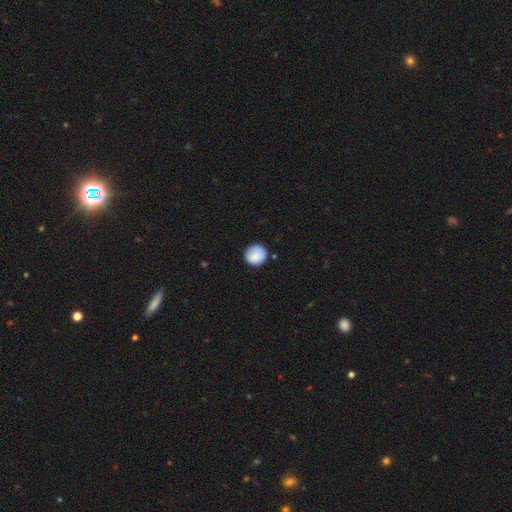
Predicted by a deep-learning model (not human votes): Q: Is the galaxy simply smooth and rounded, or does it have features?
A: smooth — 84%.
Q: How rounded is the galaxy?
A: round — 92%.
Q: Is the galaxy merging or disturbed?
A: none — 81%.